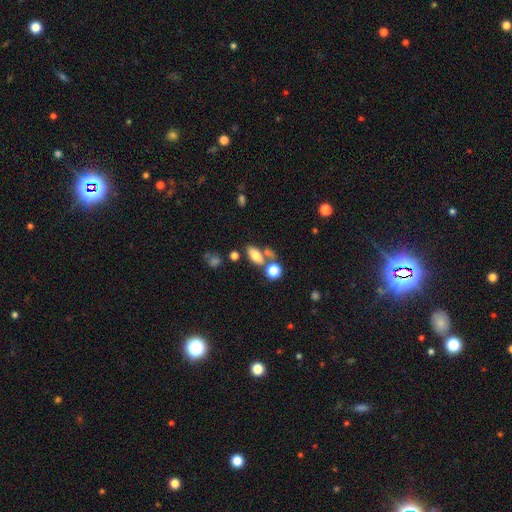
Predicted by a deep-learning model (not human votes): smooth_or_featured: smooth (p=0.73) [alt: featured or disk p=0.16]
how_rounded: in between (p=0.79) [alt: cigar-shaped p=0.12]
merging: none (p=0.54) [alt: merger p=0.27]